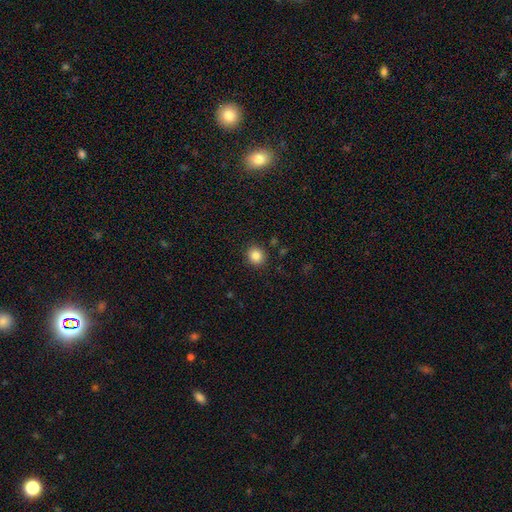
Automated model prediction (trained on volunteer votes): smooth-or-featured: smooth: 85% | star or artifact: 11% | featured or disk: 5%
  how-rounded: round: 84% | in between: 15% | cigar-shaped: 1%
  merging: none: 90% | minor disturbance: 7% | major disturbance: 2% | merger: 1%